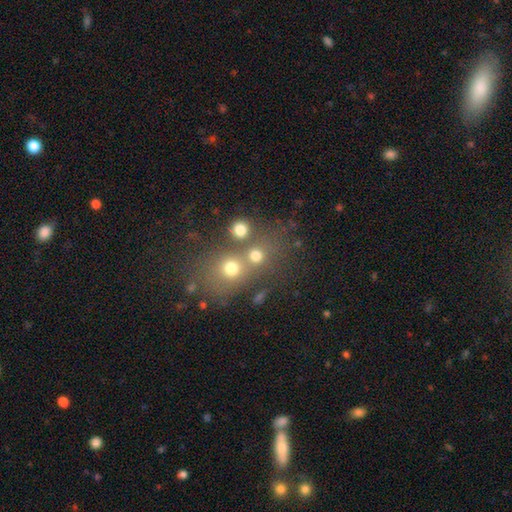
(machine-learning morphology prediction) Q: Smooth or featured?
A: smooth (72%); runner-up: star or artifact (17%)
Q: How rounded?
A: round (81%); runner-up: in between (18%)
Q: Merging?
A: none (48%); runner-up: merger (39%)